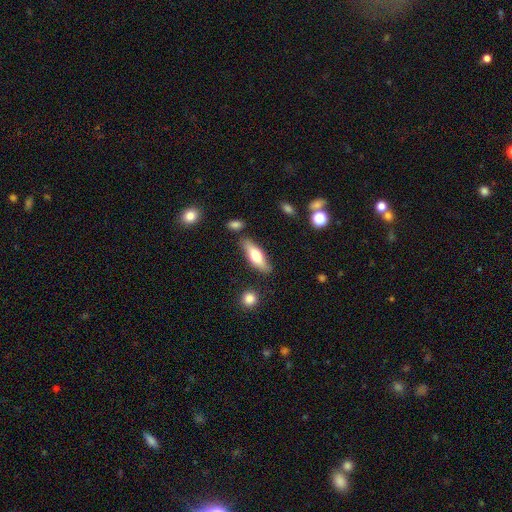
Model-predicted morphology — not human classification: Overall: smooth (59%; featured or disk 35%). How rounded: in between (51%; cigar-shaped 47%). Merging: none (80%).